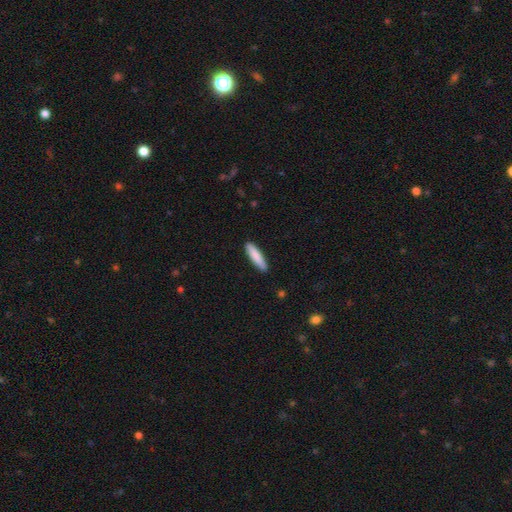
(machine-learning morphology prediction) Smooth or featured? Predicted: smooth (p=0.85). How rounded? Predicted: cigar-shaped (p=0.84). Merging? Predicted: none (p=0.89).